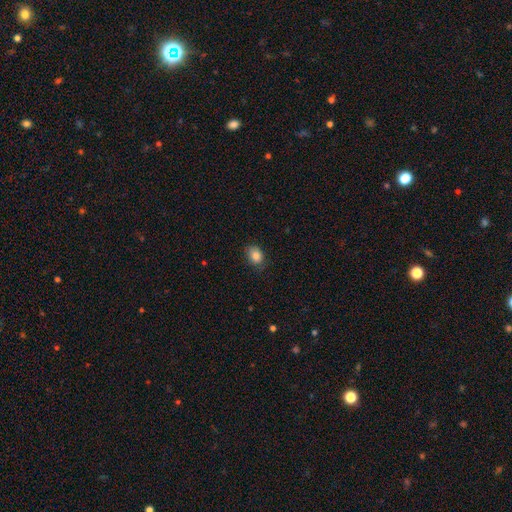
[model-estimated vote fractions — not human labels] The model was most divided on "how rounded": in between: 57%, round: 42%, cigar-shaped: 1%. More confident: smooth or featured — smooth (84%); merging — none (73%).